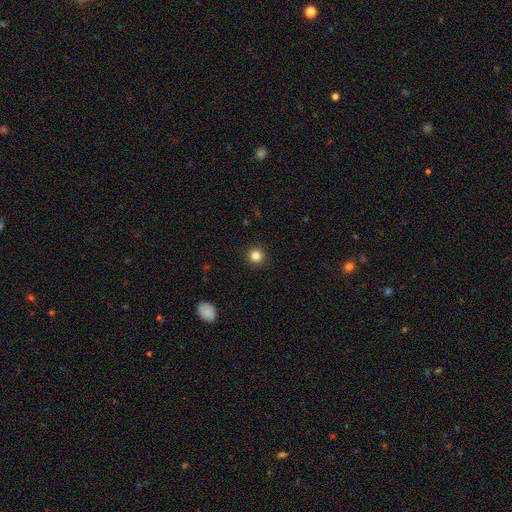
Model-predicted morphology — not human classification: smooth_or_featured: smooth (p=0.83) [alt: star or artifact p=0.12]
how_rounded: round (p=0.95) [alt: in between p=0.04]
merging: none (p=0.92) [alt: minor disturbance p=0.05]